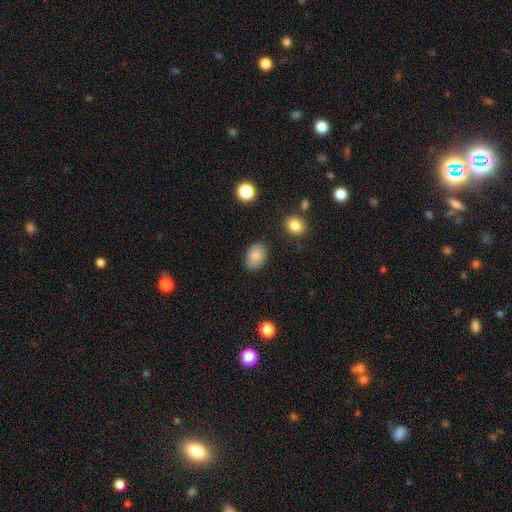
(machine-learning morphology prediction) This appears to be a smooth galaxy with no disk features (82%) that is in between round and cigar-shaped (81%). Merging: none (81%).